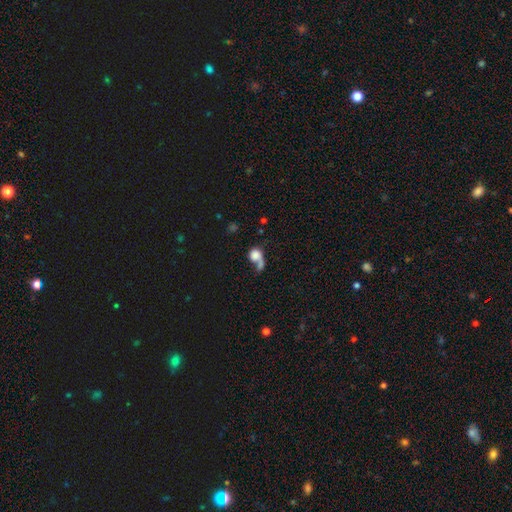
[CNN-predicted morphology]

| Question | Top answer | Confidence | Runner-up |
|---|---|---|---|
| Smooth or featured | smooth | 69% | featured or disk (21%) |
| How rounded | round | 65% | in between (33%) |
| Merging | merger | 37% | major disturbance (26%) |